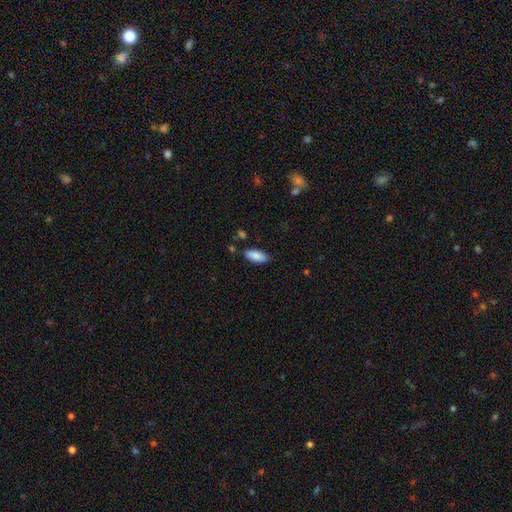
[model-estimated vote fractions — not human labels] smooth 87%, featured or disk 7%, star or artifact 6%. Down the decision tree: how rounded — in between (86%); merging — none (80%).